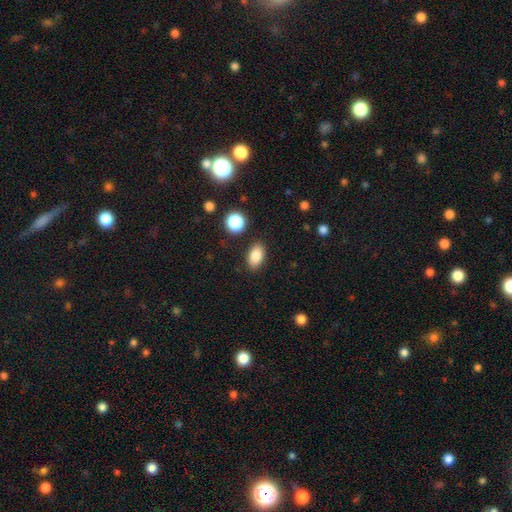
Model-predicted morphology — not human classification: Q: Smooth or featured?
A: smooth (85%); runner-up: star or artifact (9%)
Q: How rounded?
A: in between (89%); runner-up: round (8%)
Q: Merging?
A: none (86%); runner-up: minor disturbance (9%)